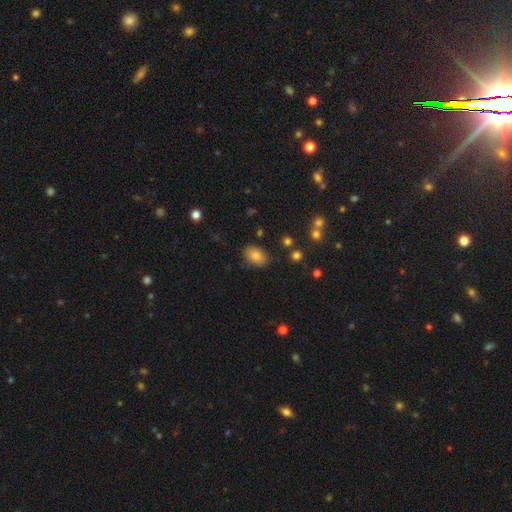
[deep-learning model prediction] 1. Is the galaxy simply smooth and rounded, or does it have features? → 82% smooth, 10% star or artifact, 9% featured or disk.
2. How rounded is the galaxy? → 80% in between, 19% round, 1% cigar-shaped.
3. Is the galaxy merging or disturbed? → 83% none, 12% minor disturbance, 3% major disturbance, 2% merger.